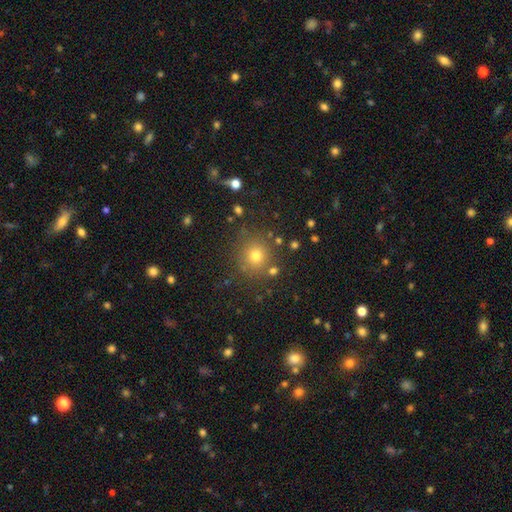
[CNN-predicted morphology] smooth 74%, star or artifact 18%, featured or disk 8%. Down the decision tree: how rounded — round (92%); merging — none (84%).